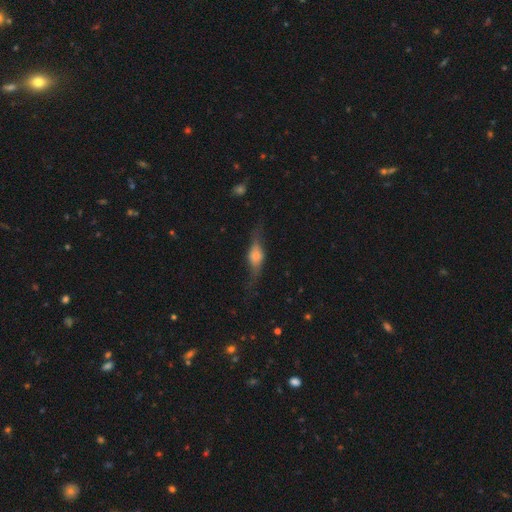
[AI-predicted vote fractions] This appears to be a featured or disk galaxy (54%) viewed edge-on (85%). Merging: none (63%).